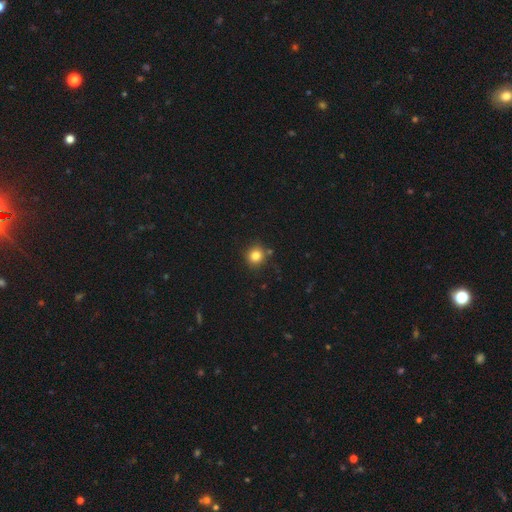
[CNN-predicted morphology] Smooth or featured? smooth (82%)
How rounded? round (88%)
Merging? none (83%)